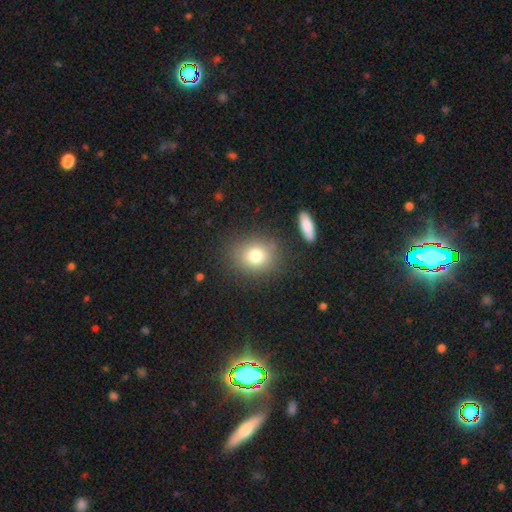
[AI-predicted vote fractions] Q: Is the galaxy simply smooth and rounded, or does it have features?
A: smooth — 79%.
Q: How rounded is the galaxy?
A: round — 66%.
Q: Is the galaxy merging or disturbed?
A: none — 82%.